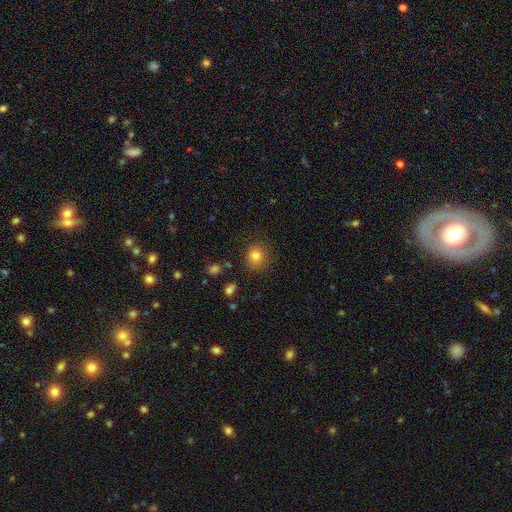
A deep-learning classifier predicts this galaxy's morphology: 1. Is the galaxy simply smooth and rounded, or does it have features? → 81% smooth, 12% star or artifact, 7% featured or disk.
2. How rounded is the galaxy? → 86% round, 13% in between, 1% cigar-shaped.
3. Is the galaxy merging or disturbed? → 83% none, 11% minor disturbance, 4% major disturbance, 2% merger.